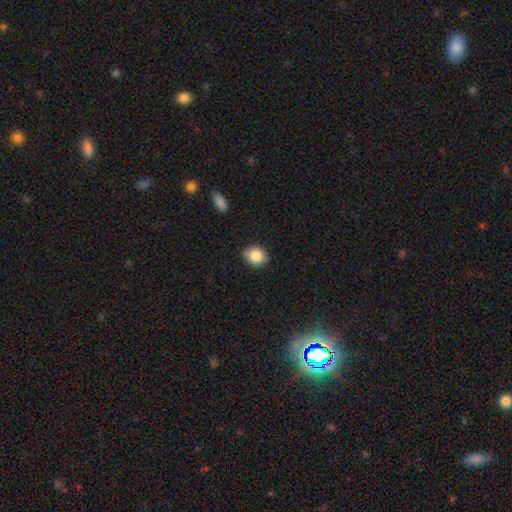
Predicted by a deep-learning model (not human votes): Morphology: type=smooth (86%); roundness=round (67%); merging=none (82%).